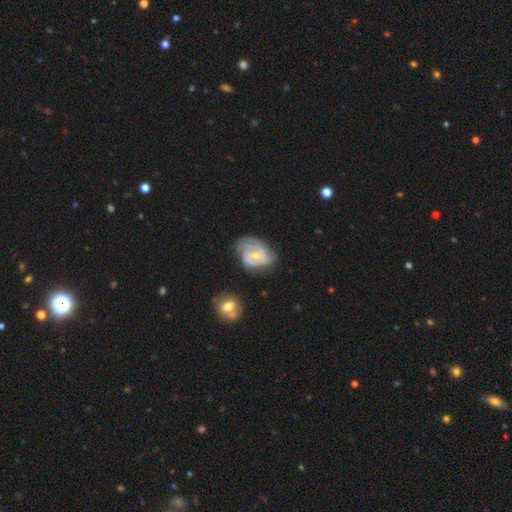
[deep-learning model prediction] This appears to be a featured or disk galaxy (80%) with no bar (61%), 2 (31%) tight (59%) spiral arms (92%) and a moderate central bulge (49%). Merging: none (50%).